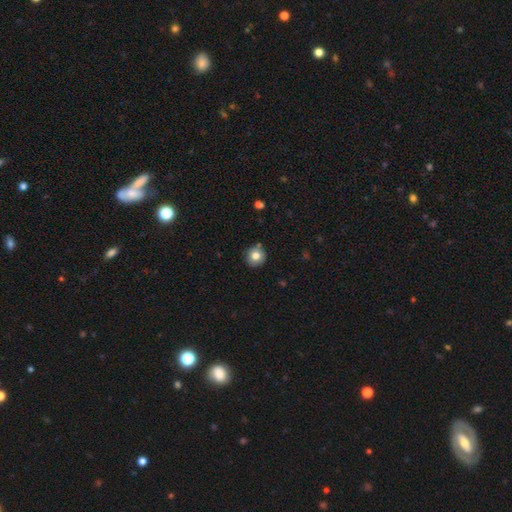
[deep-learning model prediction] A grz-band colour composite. It shows a smooth galaxy with no disk features (78%) that is round (91%). Merging: none (85%).